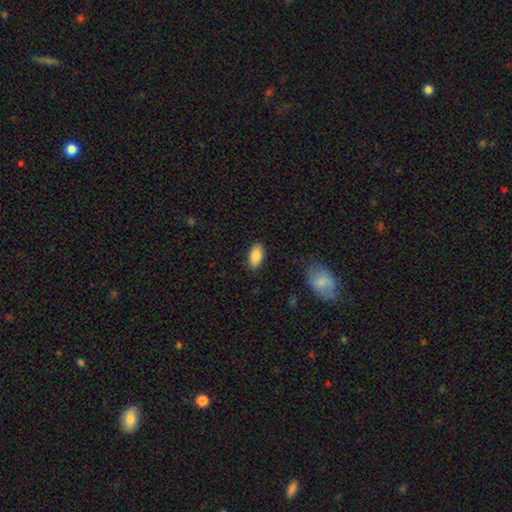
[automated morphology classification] Smooth or featured: smooth — 87% (star or artifact — 7%)
How rounded: in between — 93% (cigar-shaped — 4%)
Merging: none — 87% (minor disturbance — 10%)